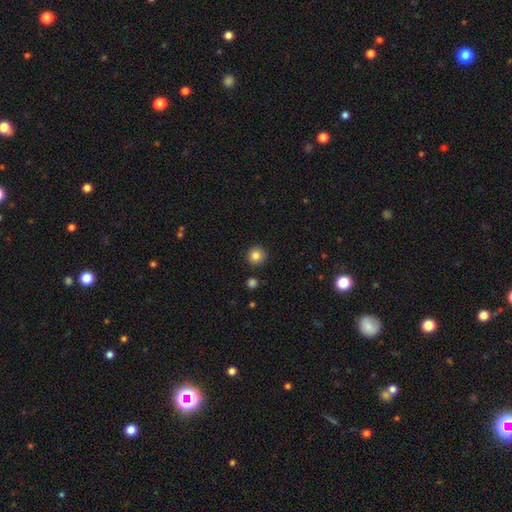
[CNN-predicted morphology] smooth 84%, star or artifact 10%, featured or disk 5%. Down the decision tree: how rounded — round (94%); merging — none (91%).